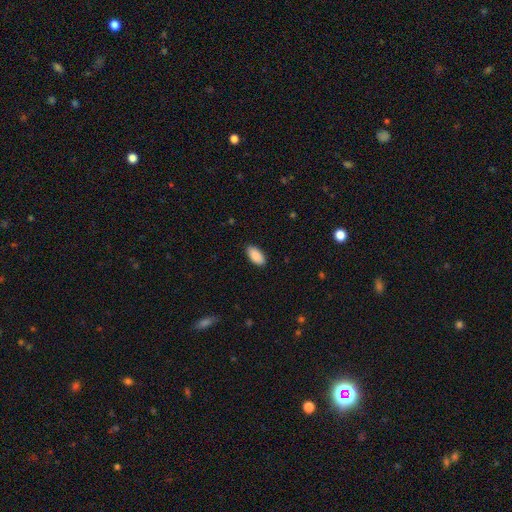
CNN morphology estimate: Overall: smooth (91%). How rounded: in between (95%). Merging: none (88%).